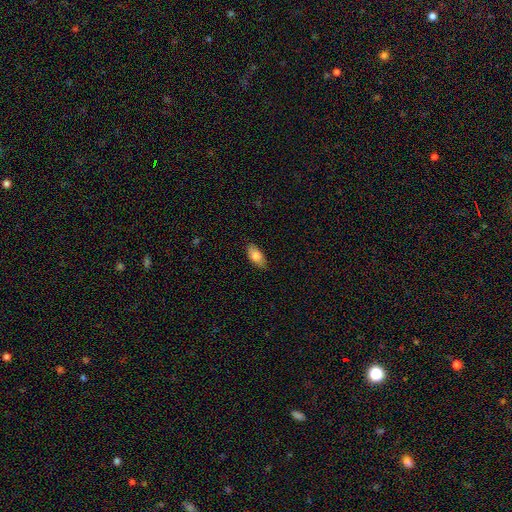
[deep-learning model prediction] smooth_or_featured: smooth (p=0.81) [alt: featured or disk p=0.12]
how_rounded: in between (p=0.88) [alt: cigar-shaped p=0.09]
merging: none (p=0.84) [alt: minor disturbance p=0.13]